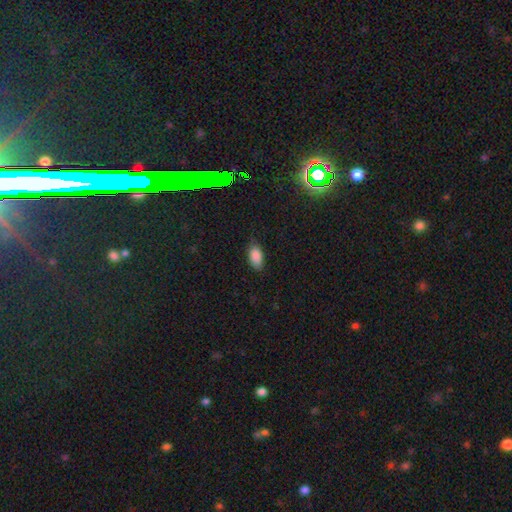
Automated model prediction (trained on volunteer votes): Morphology: type=smooth (85%); roundness=in between (92%); merging=none (81%).